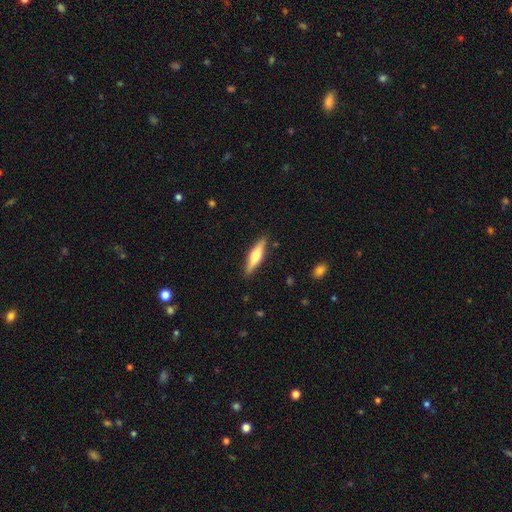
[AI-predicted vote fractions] Smooth or featured? featured or disk (51%)
Edge-on disk? yes (94%)
Merging? none (88%)